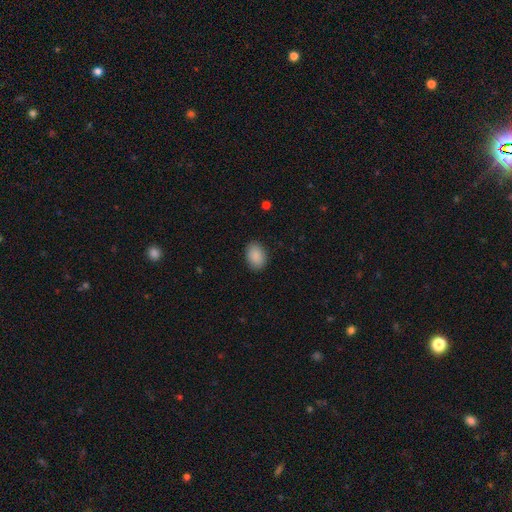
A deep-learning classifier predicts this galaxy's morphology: This is clearly a smooth galaxy (90%). How rounded: likely in between (79%). Merging: clearly none (87%).